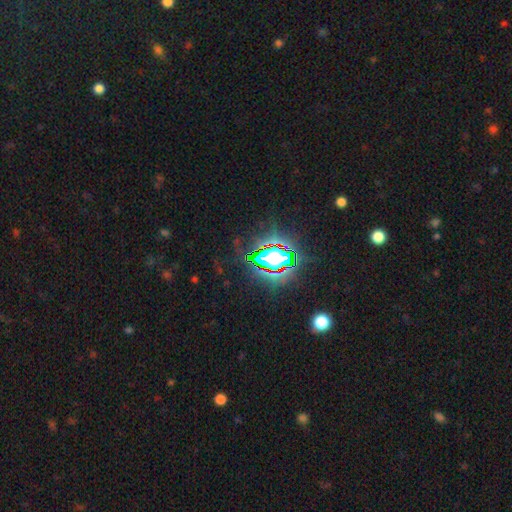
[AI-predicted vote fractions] smooth-or-featured: star or artifact: 77% | smooth: 13% | featured or disk: 10%